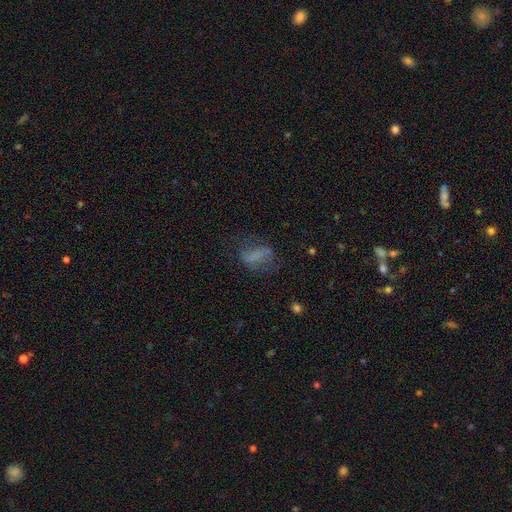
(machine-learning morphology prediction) Overall: smooth (52%; featured or disk 33%). How rounded: in between (71%). Merging: none (52%; major disturbance 23%).